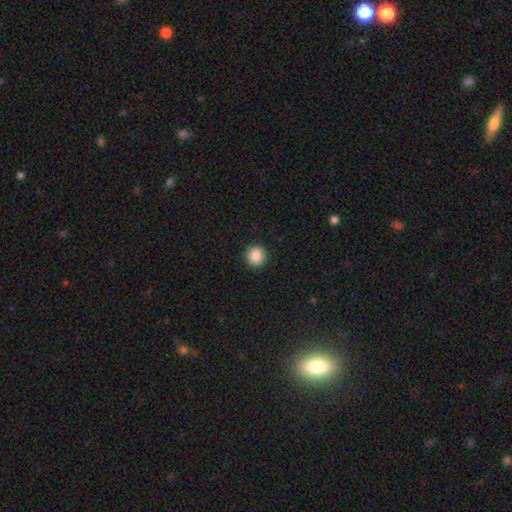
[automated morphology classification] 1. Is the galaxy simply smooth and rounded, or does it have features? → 88% smooth, 9% star or artifact, 3% featured or disk.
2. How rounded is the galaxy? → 94% round, 5% in between, 1% cigar-shaped.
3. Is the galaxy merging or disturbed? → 93% none, 5% minor disturbance, 2% major disturbance, 1% merger.